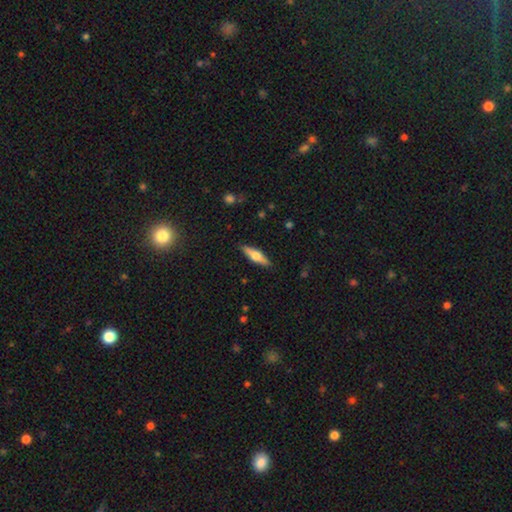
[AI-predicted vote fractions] Smooth or featured?
  - featured or disk: 51% *
  - smooth: 44%
  - star or artifact: 6%
Edge-on disk?
  - yes: 93% *
  - no: 7%
Merging?
  - none: 89% *
  - minor disturbance: 8%
  - major disturbance: 2%
  - merger: 1%